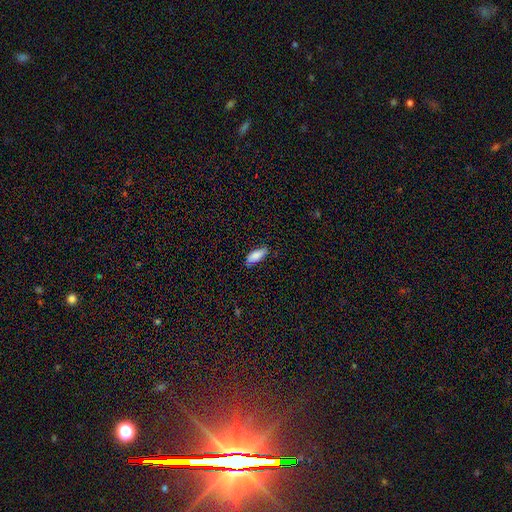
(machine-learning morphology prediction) smooth_or_featured: smooth (p=0.85) [alt: featured or disk p=0.09]
how_rounded: in between (p=0.77) [alt: cigar-shaped p=0.21]
merging: none (p=0.76) [alt: minor disturbance p=0.19]